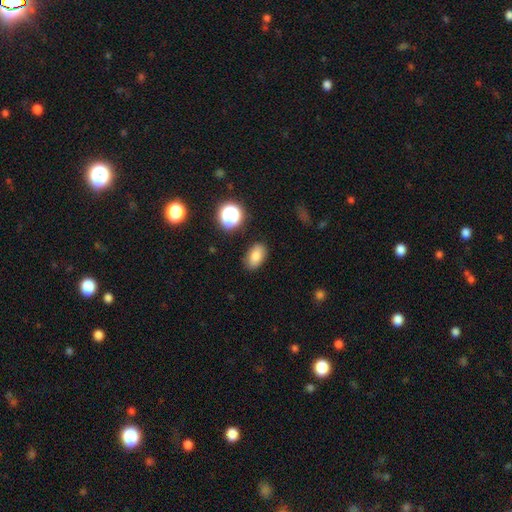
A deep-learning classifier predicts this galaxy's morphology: smooth-or-featured: smooth: 80% | star or artifact: 11% | featured or disk: 9%
  how-rounded: in between: 88% | round: 10% | cigar-shaped: 2%
  merging: none: 85% | minor disturbance: 10% | major disturbance: 3% | merger: 2%